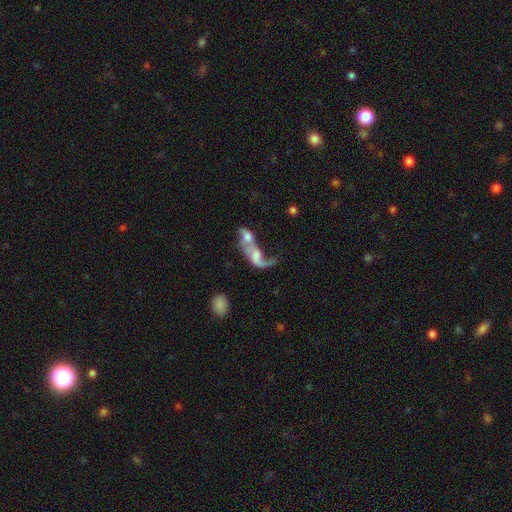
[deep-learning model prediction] A featured or disk galaxy (56%) with no bar (66%), spiral arms (65%) and a moderate central bulge (33%).

Vote fractions:
- Smooth or featured? featured or disk: 56% / smooth: 35% / star or artifact: 9%
- Edge-on disk? no: 93% / yes: 7%
- Bar? no: 66% / weak: 27% / strong: 7%
- Spiral arms? yes: 65% / no: 35%
- Bulge size? moderate: 33% / none: 24% / small: 22% / large: 18% / dominant: 4%
- Merging? merger: 72% / major disturbance: 14% / none: 9% / minor disturbance: 5%